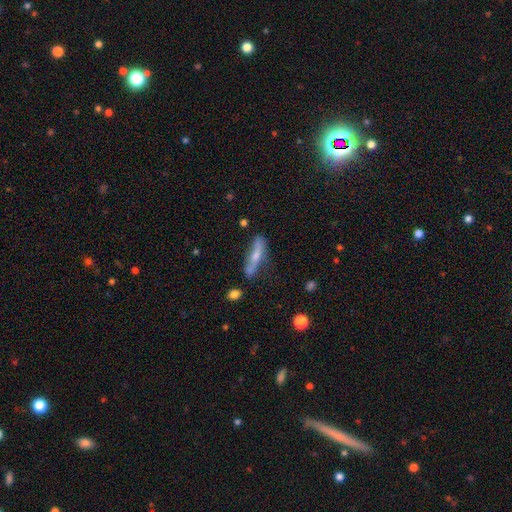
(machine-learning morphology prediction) smooth_or_featured: smooth (p=0.47) [alt: featured or disk p=0.46]
merging: none (p=0.67) [alt: minor disturbance p=0.22]